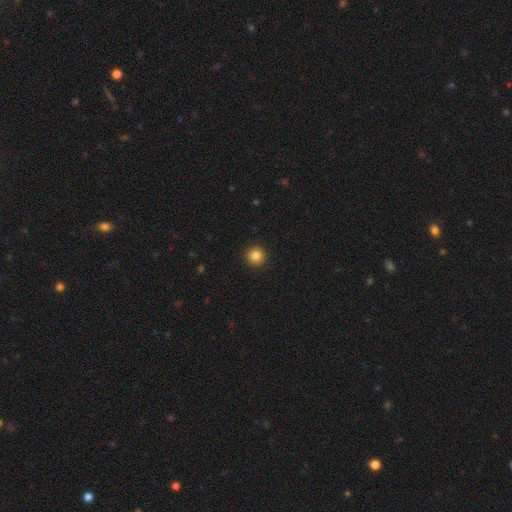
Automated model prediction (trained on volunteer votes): Q: Smooth or featured?
A: smooth (85%); runner-up: star or artifact (11%)
Q: How rounded?
A: round (95%); runner-up: in between (4%)
Q: Merging?
A: none (93%); runner-up: minor disturbance (4%)